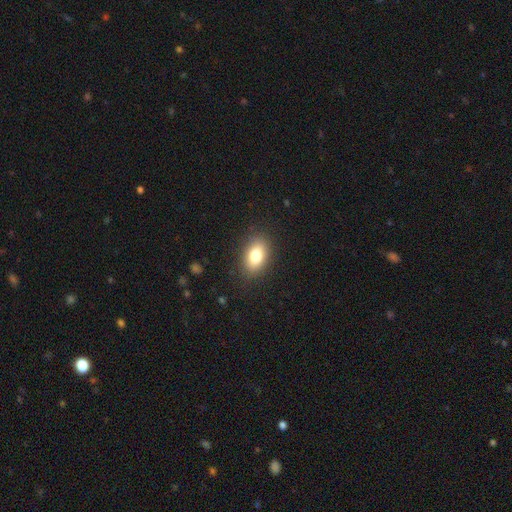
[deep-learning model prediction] Q: Smooth or featured?
A: smooth (80%); runner-up: featured or disk (12%)
Q: How rounded?
A: in between (87%); runner-up: round (11%)
Q: Merging?
A: none (86%); runner-up: minor disturbance (10%)